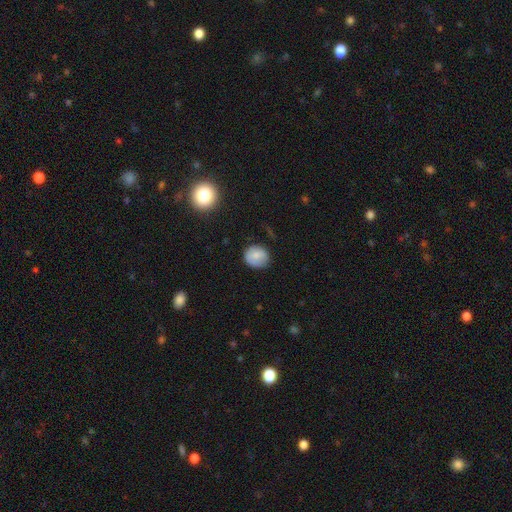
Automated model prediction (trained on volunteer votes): Morphology: type=smooth (76%); roundness=round (83%); merging=none (77%).